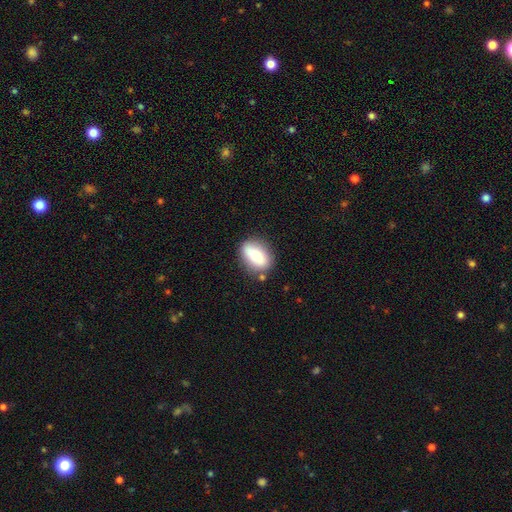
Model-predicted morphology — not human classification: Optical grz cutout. It shows a smooth galaxy with no disk features (82%) that is in between round and cigar-shaped (84%). Merging: none (72%).